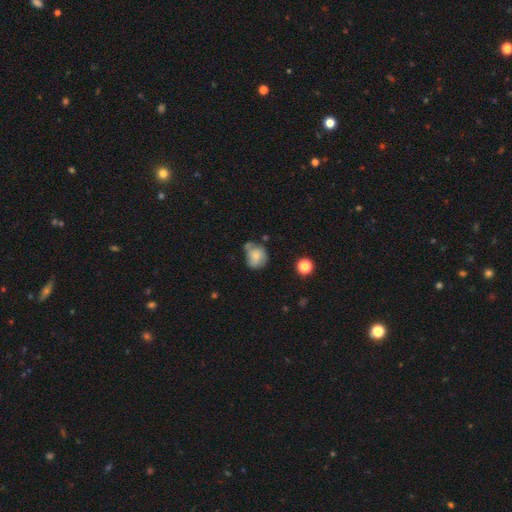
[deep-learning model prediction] Overall: smooth (62%; featured or disk 29%). How rounded: round (65%; in between 34%). Merging: none (42%; minor disturbance 33%).